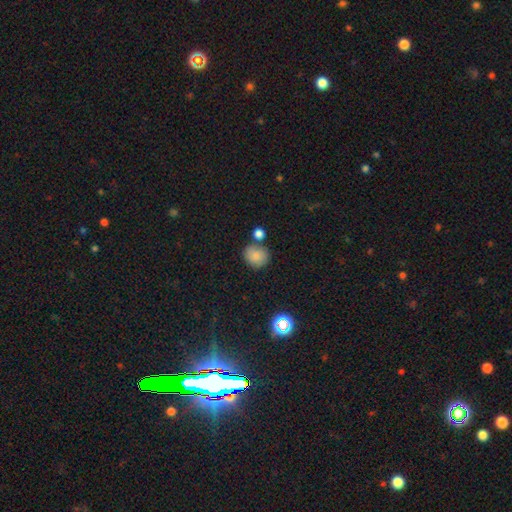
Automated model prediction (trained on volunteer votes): Q: Smooth or featured?
A: smooth (81%); runner-up: star or artifact (11%)
Q: How rounded?
A: round (80%); runner-up: in between (19%)
Q: Merging?
A: none (65%); runner-up: merger (18%)